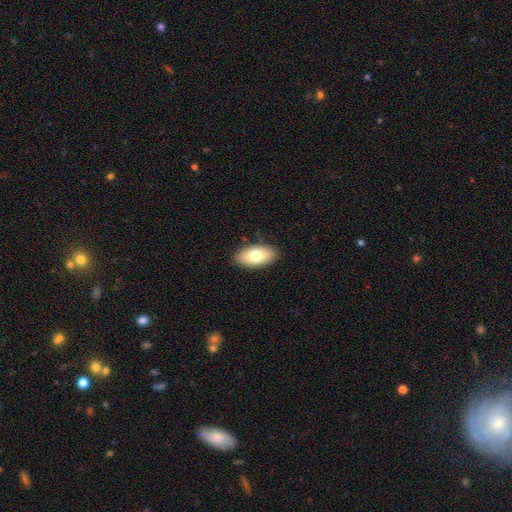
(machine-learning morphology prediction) A smooth galaxy with no disk features (75%) that is in between round and cigar-shaped (93%). Merging: none (87%).